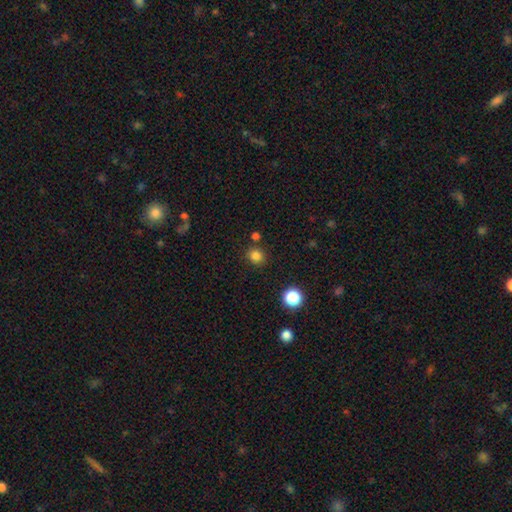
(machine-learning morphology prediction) Smooth or featured: smooth — 82% (star or artifact — 14%)
How rounded: round — 80% (in between — 19%)
Merging: none — 82% (minor disturbance — 9%)